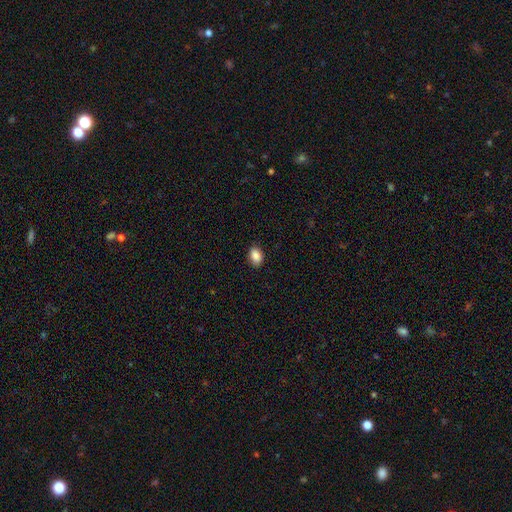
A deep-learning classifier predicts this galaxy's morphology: This appears to be a smooth galaxy with no disk features (88%) that is in between round and cigar-shaped (79%). Merging: none (89%).